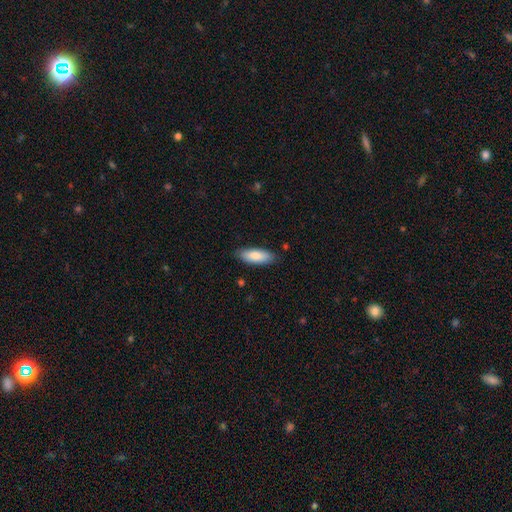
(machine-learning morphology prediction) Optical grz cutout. It shows a smooth galaxy with no disk features (84%) that is in between round and cigar-shaped (70%). Merging: none (84%).